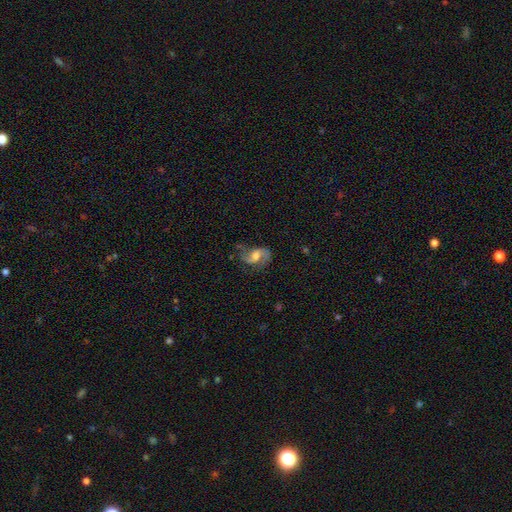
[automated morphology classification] smooth_or_featured: featured or disk (p=0.78) [alt: smooth p=0.15]
disk_edge_on: no (p=0.97) [alt: yes p=0.03]
bar: weak (p=0.47) [alt: no p=0.38]
has_spiral_arms: yes (p=0.94) [alt: no p=0.06]
spiral_winding: loose (p=0.49) [alt: medium p=0.41]
spiral_arm_count: 2 (p=0.88) [alt: 1 p=0.05]
bulge_size: moderate (p=0.51) [alt: small p=0.22]
merging: none (p=0.63) [alt: minor disturbance p=0.21]